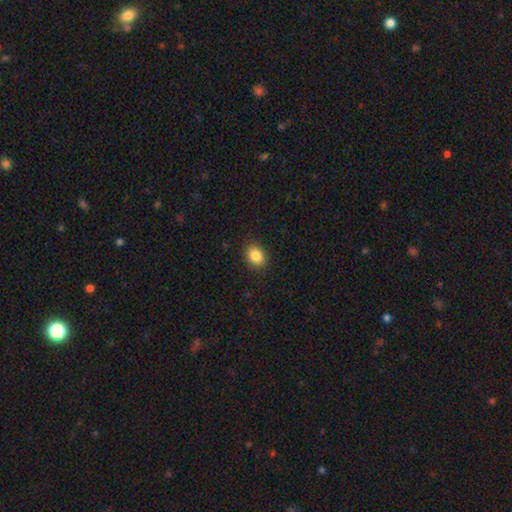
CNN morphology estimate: Smooth or featured? smooth (86%)
How rounded? in between (61%)
Merging? none (88%)